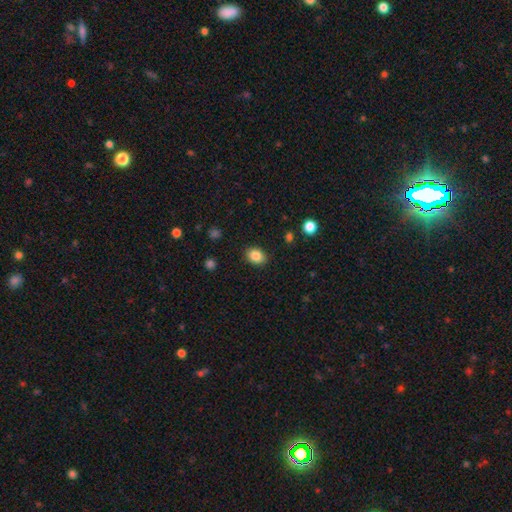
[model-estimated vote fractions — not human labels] The model was most divided on "how rounded": in between: 57%, round: 42%, cigar-shaped: 1%. More confident: merging — none (88%); smooth or featured — smooth (86%).